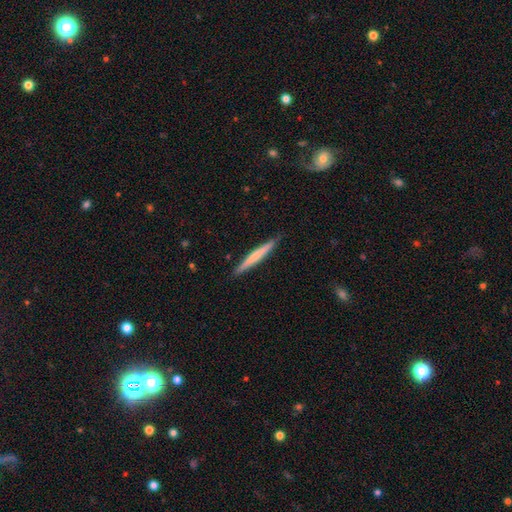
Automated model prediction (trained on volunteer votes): smooth_or_featured: smooth (p=0.56) [alt: featured or disk p=0.39]
how_rounded: cigar-shaped (p=0.97) [alt: in between p=0.02]
merging: none (p=0.89) [alt: minor disturbance p=0.08]